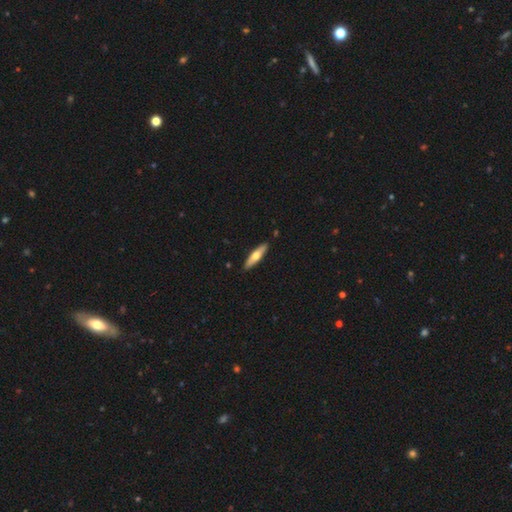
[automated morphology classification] smooth-or-featured: smooth: 54% | featured or disk: 41% | star or artifact: 5%
  how-rounded: cigar-shaped: 72% | in between: 26% | round: 2%
  merging: none: 89% | minor disturbance: 8% | major disturbance: 1% | merger: 1%